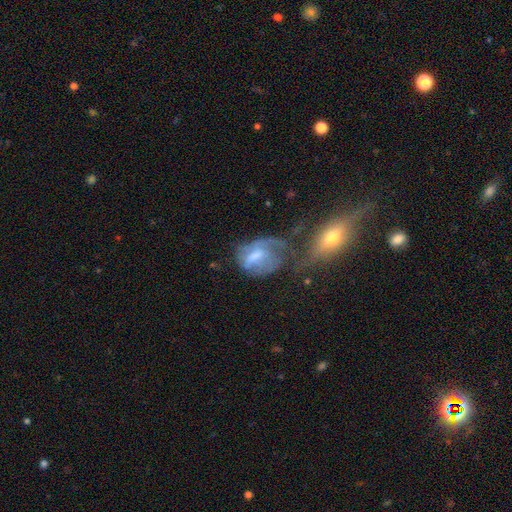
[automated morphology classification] Overall: featured or disk (55%; smooth 35%). Edge-on disk: no (95%). Bar: weak (44%; no 38%). Spiral arms: yes (50%, tied with no). Bulge size: moderate (39%; small 30%). Merging: major disturbance (36%; merger 26%).